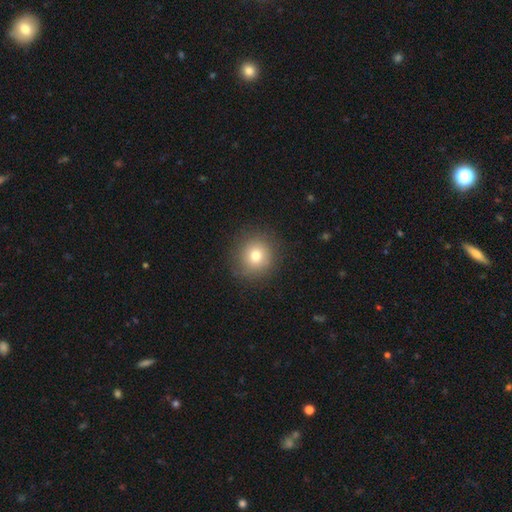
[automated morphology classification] This is likely a smooth galaxy (76%). How rounded: clearly round (91%). Merging: clearly none (88%).